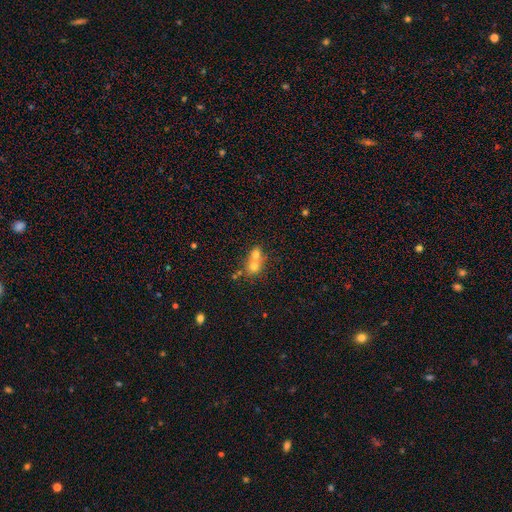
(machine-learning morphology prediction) Smooth or featured?
  - smooth: 66% *
  - featured or disk: 22%
  - star or artifact: 13%
How rounded?
  - round: 69% *
  - in between: 30%
  - cigar-shaped: 1%
Merging?
  - merger: 69% *
  - none: 24%
  - minor disturbance: 5%
  - major disturbance: 3%